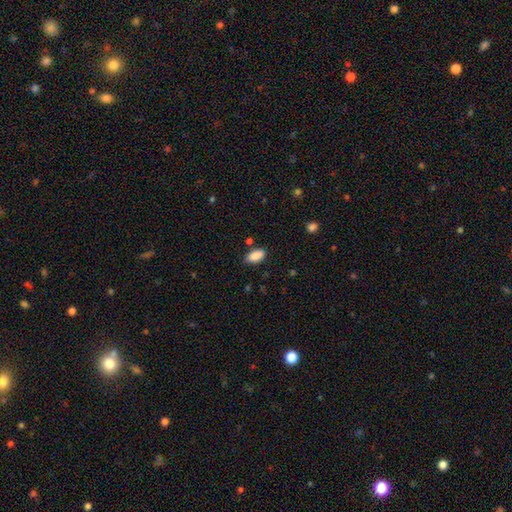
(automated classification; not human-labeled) This appears to be a smooth galaxy with no disk features (89%) that is in between round and cigar-shaped (91%). Merging: none (80%).